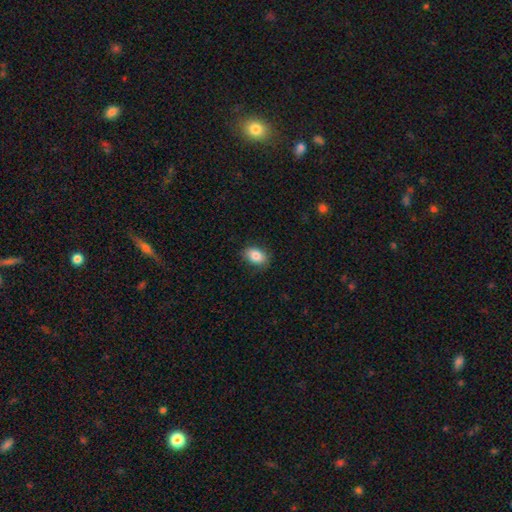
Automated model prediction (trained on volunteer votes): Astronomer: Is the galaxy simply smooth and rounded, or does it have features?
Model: smooth — 84%.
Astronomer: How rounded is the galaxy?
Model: in between — 81%.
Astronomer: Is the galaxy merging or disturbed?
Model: none — 83%.